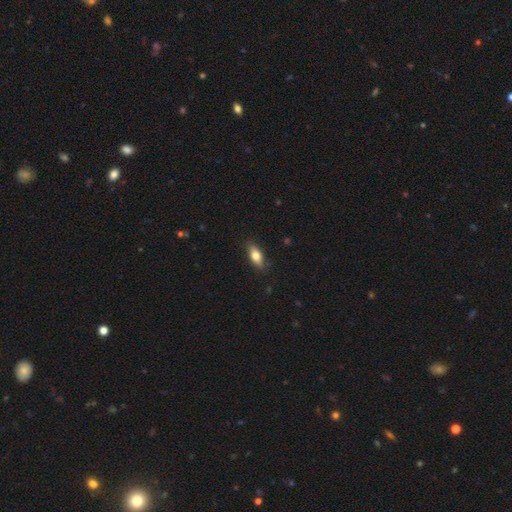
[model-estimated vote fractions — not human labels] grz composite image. It shows a smooth galaxy with no disk features (73%) that is in between round and cigar-shaped (78%). Merging: none (85%).